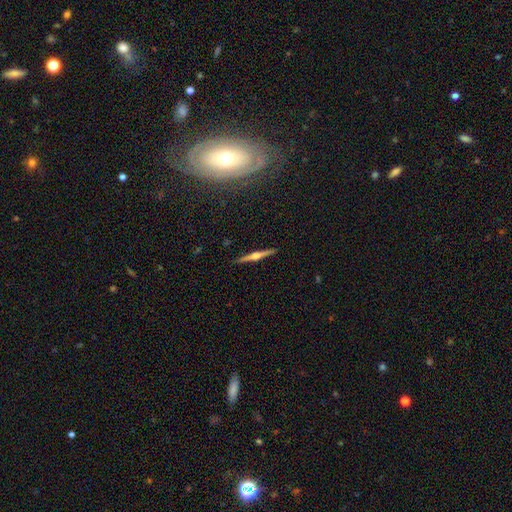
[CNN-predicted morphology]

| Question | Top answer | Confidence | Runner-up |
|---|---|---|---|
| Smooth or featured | featured or disk | 77% | smooth (17%) |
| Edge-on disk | yes | 98% | no (2%) |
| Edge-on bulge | rounded | 93% | boxy (4%) |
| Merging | none | 92% | minor disturbance (6%) |